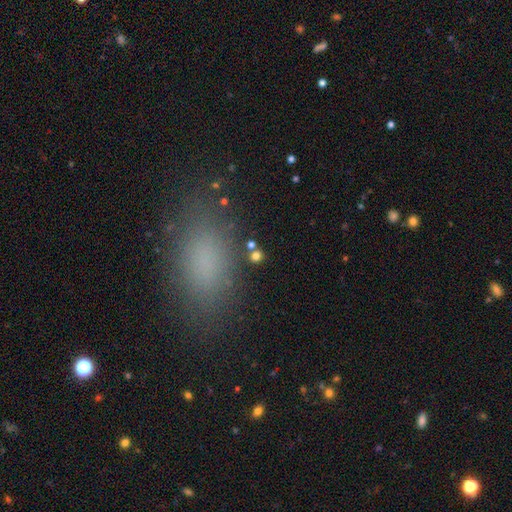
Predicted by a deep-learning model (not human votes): A smooth galaxy with no disk features (72%) that is round (82%). Merging: none (81%).